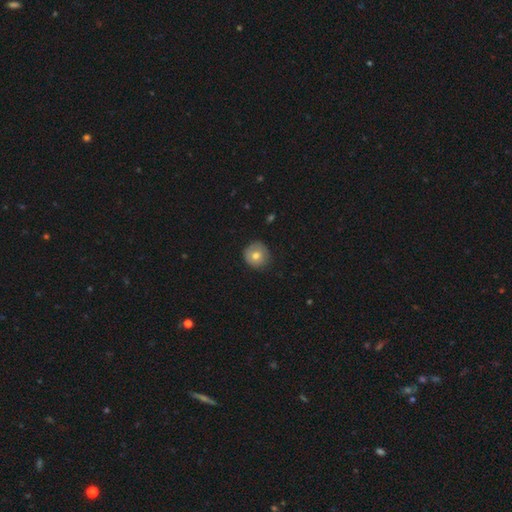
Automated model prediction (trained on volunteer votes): This appears to be a smooth galaxy with no disk features (69%) that is round (92%). Merging: none (80%).